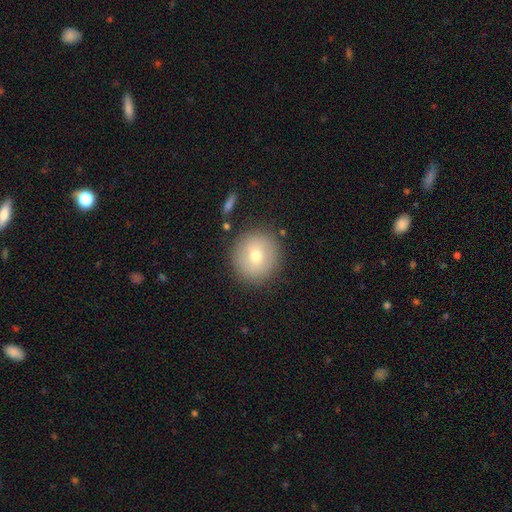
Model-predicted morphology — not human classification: Smooth or featured?
  - smooth: 70% *
  - featured or disk: 20%
  - star or artifact: 10%
How rounded?
  - round: 91% *
  - in between: 8%
  - cigar-shaped: 1%
Merging?
  - none: 87% *
  - minor disturbance: 8%
  - major disturbance: 3%
  - merger: 2%